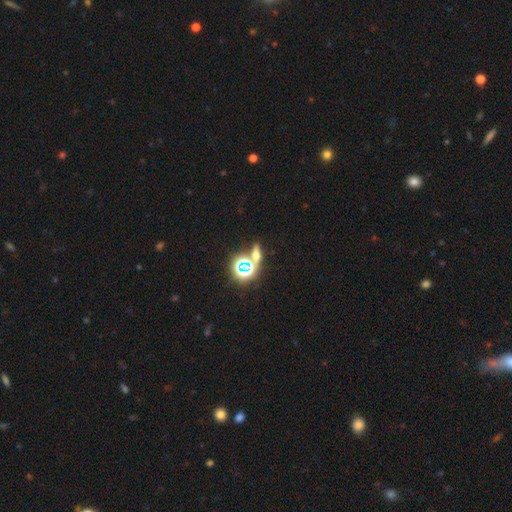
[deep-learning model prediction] Morphology: type=star or artifact (46%).